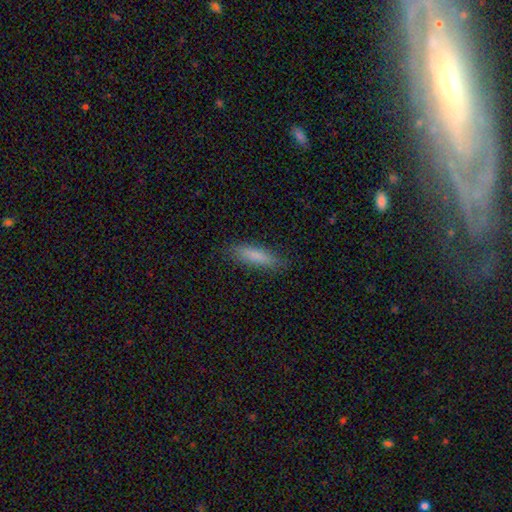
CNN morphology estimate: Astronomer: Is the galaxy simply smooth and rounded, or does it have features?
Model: smooth — 83%.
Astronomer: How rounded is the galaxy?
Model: cigar-shaped — 71%.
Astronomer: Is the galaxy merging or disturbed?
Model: none — 85%.